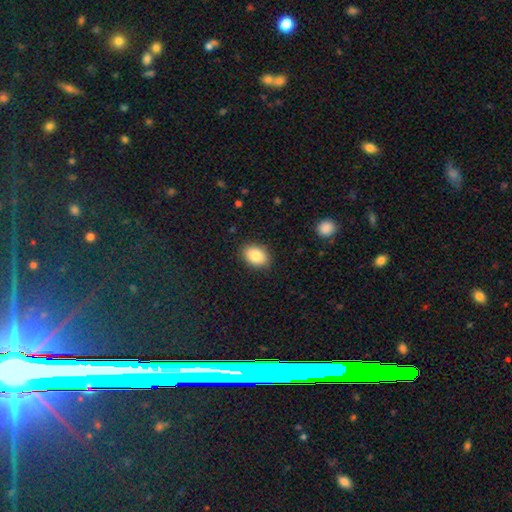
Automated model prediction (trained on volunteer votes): smooth_or_featured: smooth (p=0.86) [alt: star or artifact p=0.08]
how_rounded: in between (p=0.80) [alt: round p=0.19]
merging: none (p=0.88) [alt: minor disturbance p=0.09]